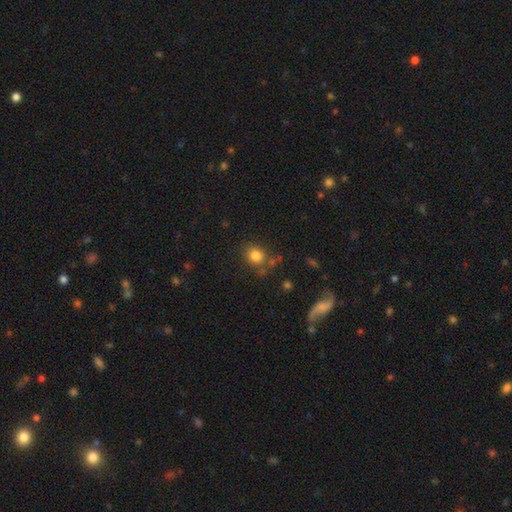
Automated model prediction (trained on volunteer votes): Smooth or featured?
  - smooth: 82% *
  - star or artifact: 12%
  - featured or disk: 6%
How rounded?
  - round: 76% *
  - in between: 23%
  - cigar-shaped: 1%
Merging?
  - none: 74% *
  - minor disturbance: 13%
  - merger: 8%
  - major disturbance: 5%